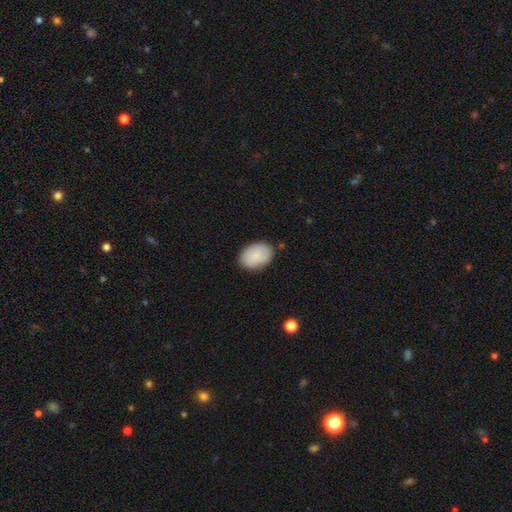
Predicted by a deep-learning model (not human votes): This appears to be a smooth galaxy with no disk features (85%) that is in between round and cigar-shaped (82%). Merging: none (84%).